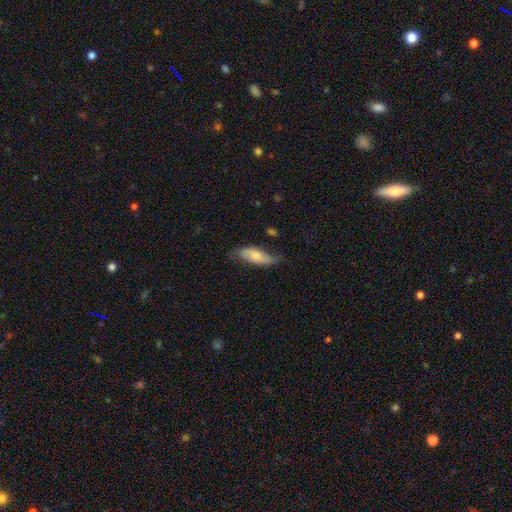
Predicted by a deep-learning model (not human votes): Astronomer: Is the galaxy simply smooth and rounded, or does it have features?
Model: smooth — 59% (runner-up: featured or disk, 35%).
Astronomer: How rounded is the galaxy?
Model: in between — 73%.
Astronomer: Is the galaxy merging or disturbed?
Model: none — 57%.